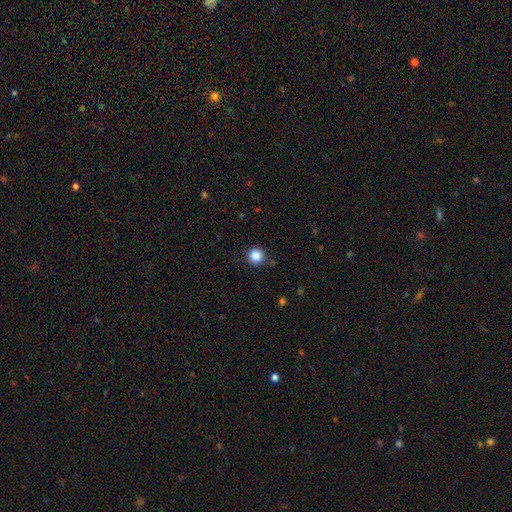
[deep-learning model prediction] A smooth galaxy with no disk features (86%) that is round (93%).

Vote fractions:
- Smooth or featured? smooth: 86% / star or artifact: 11% / featured or disk: 3%
- How rounded? round: 93% / in between: 6% / cigar-shaped: 1%
- Merging? none: 87% / minor disturbance: 8% / major disturbance: 3% / merger: 2%